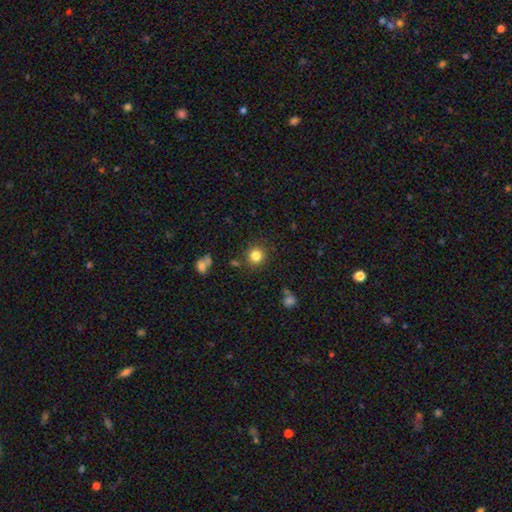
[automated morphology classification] This appears to be a smooth galaxy with no disk features (82%) that is round (91%). Merging: none (86%).